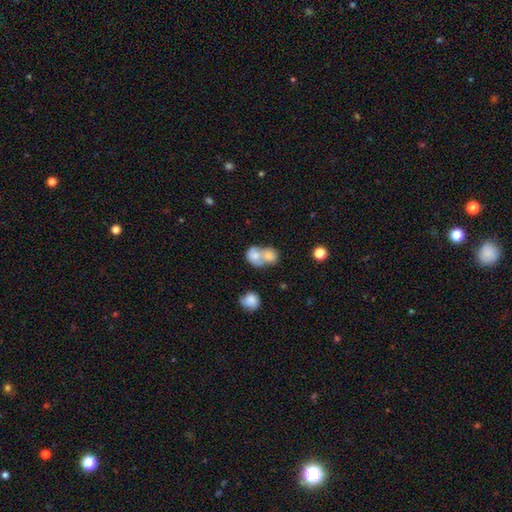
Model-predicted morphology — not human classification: The model was most divided on "how rounded": round: 57%, in between: 42%, cigar-shaped: 1%. More confident: merging — merger (74%); smooth or featured — smooth (71%).